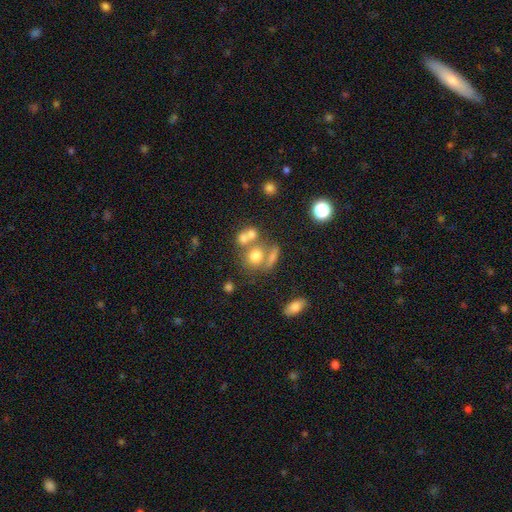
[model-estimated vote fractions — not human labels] Morphology: type=smooth (65%); roundness=round (70%); merging=merger (43%).